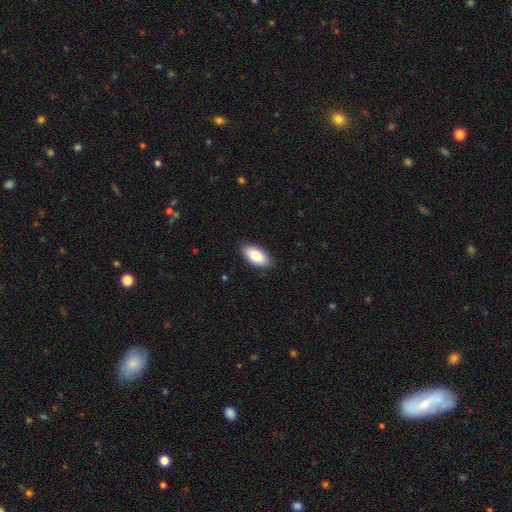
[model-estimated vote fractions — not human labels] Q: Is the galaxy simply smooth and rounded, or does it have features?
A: smooth — 85%.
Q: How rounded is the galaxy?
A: in between — 92%.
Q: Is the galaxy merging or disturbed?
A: none — 87%.